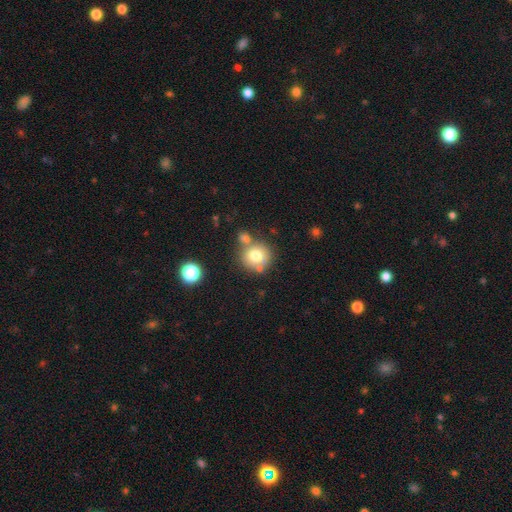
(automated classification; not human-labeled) Smooth or featured: smooth — 74% (featured or disk — 14%)
How rounded: round — 90% (in between — 9%)
Merging: none — 64% (merger — 21%)